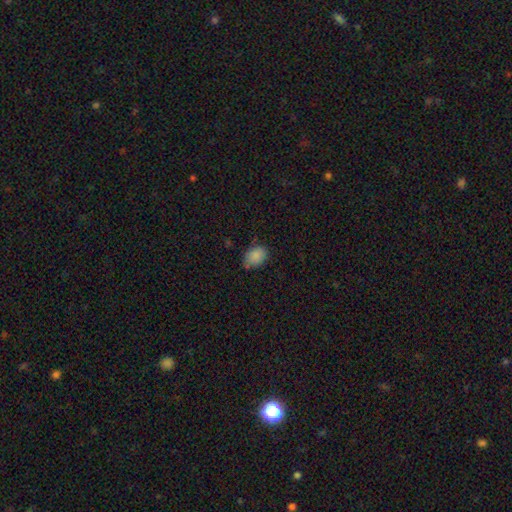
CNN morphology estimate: This appears to be a smooth galaxy with no disk features (86%) that is in between round and cigar-shaped (72%). Merging: none (66%).